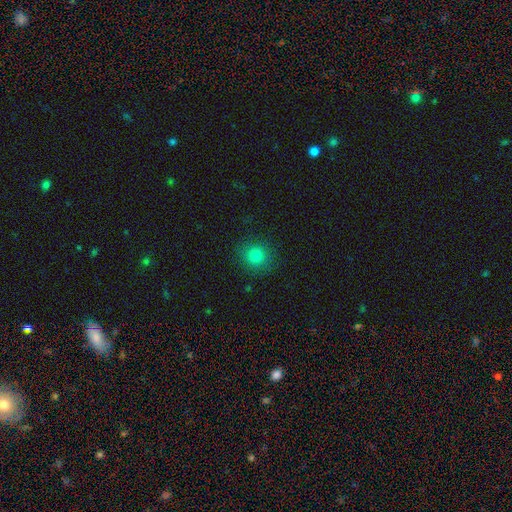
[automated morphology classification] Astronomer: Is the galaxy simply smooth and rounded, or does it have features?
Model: smooth — 82%.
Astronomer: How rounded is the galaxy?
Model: round — 89%.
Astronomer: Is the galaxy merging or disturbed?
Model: none — 87%.